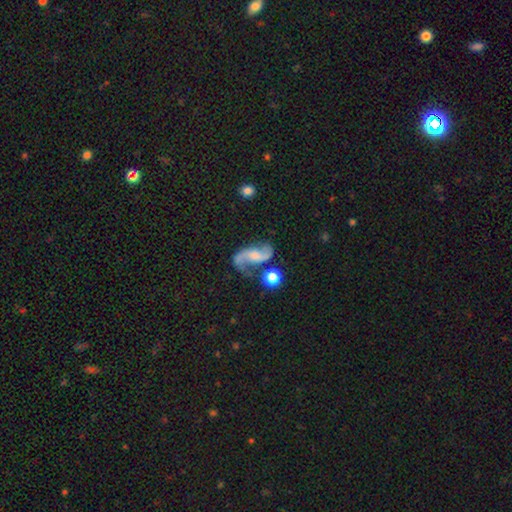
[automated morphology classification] The model was most divided on "bulge size": small: 33%, moderate: 32%, none: 24%, large: 9%, dominant: 2%. More confident: edge-on disk — no (97%); spiral arms — yes (96%); spiral arm count — 2 (93%); smooth or featured — featured or disk (84%); spiral winding — loose (75%); merging — none (64%); bar — no (51%).